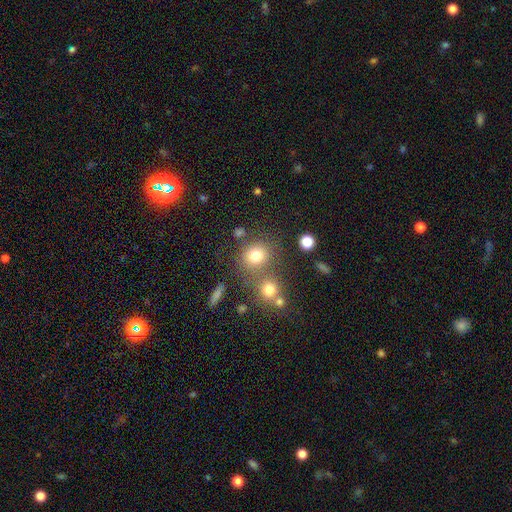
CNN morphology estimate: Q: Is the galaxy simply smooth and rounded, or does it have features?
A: smooth — 77%.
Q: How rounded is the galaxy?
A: round — 78%.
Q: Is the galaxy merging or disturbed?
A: none — 60%.